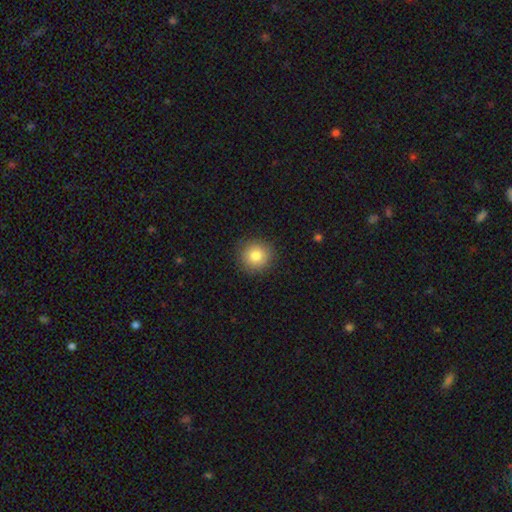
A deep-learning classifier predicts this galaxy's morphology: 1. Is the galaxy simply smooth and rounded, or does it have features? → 83% smooth, 10% star or artifact, 7% featured or disk.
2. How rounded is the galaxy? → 93% round, 6% in between, 1% cigar-shaped.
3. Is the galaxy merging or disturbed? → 90% none, 7% minor disturbance, 2% major disturbance, 1% merger.